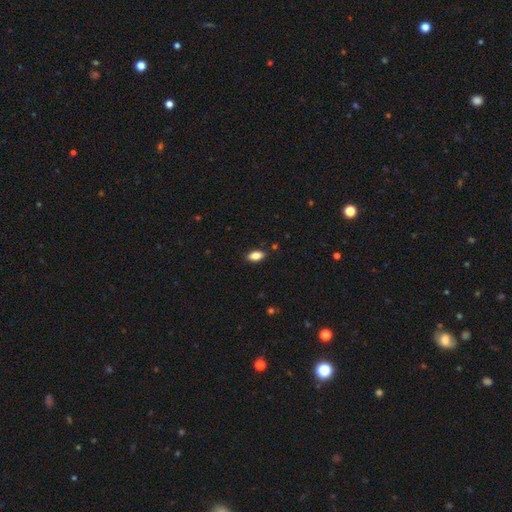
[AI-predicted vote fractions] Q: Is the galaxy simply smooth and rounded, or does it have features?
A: smooth — 85%.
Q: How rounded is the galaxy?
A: in between — 92%.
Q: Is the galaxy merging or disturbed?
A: none — 87%.